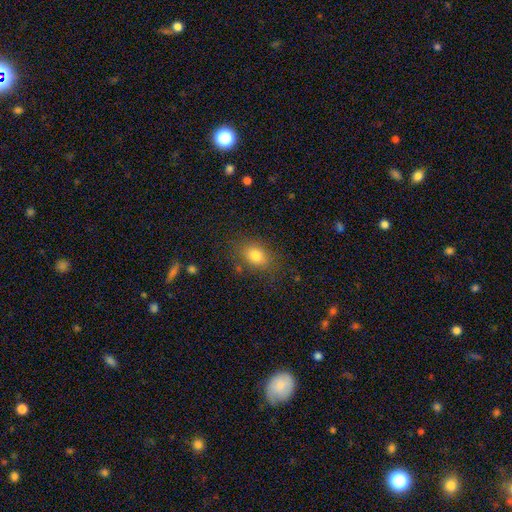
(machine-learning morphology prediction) Overall: smooth (80%). How rounded: in between (69%; round 29%). Merging: none (80%).